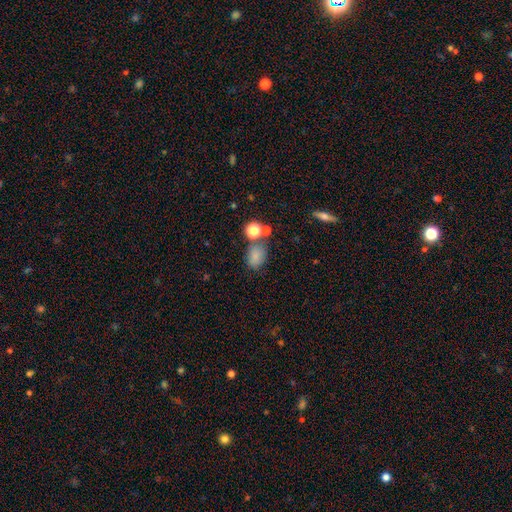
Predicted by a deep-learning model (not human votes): smooth-or-featured: smooth: 77% | star or artifact: 15% | featured or disk: 8%
  how-rounded: in between: 65% | round: 33% | cigar-shaped: 1%
  merging: none: 61% | minor disturbance: 16% | merger: 16% | major disturbance: 7%